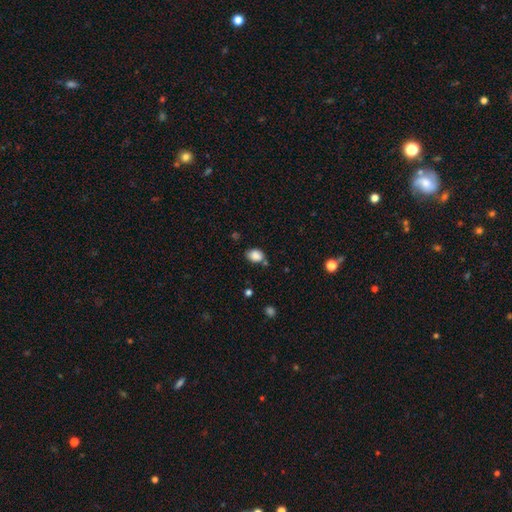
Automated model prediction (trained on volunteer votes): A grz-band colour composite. It shows a smooth galaxy with no disk features (85%) that is in between round and cigar-shaped (72%). Merging: none (66%).